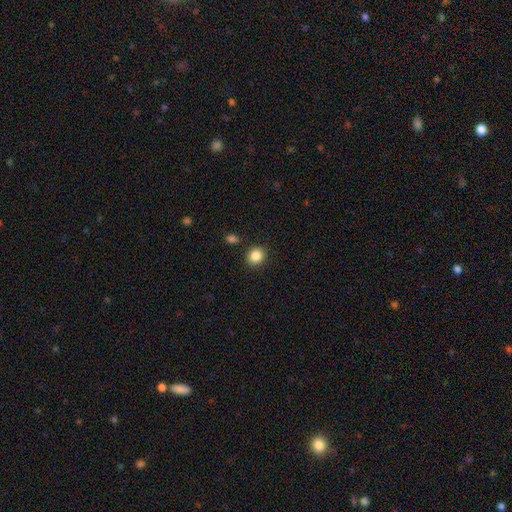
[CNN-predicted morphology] This is clearly a smooth galaxy (86%). How rounded: clearly round (81%). Merging: clearly none (88%).